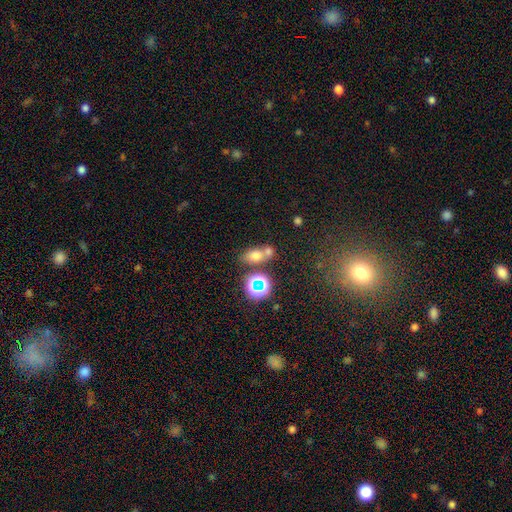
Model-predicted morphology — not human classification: Q: Smooth or featured?
A: smooth (66%); runner-up: star or artifact (22%)
Q: How rounded?
A: in between (62%); runner-up: round (34%)
Q: Merging?
A: none (44%); runner-up: merger (39%)